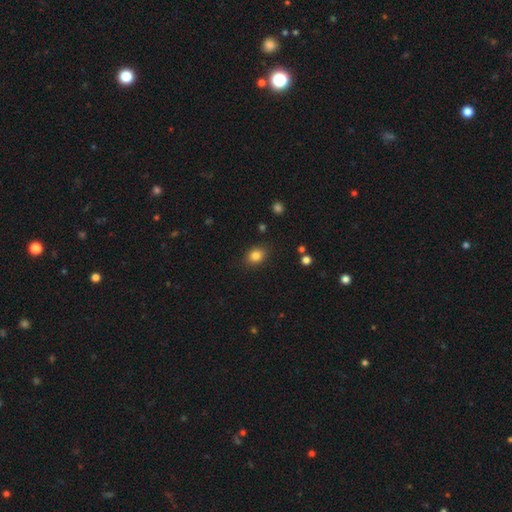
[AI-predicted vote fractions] This appears to be a smooth galaxy with no disk features (83%) that is in between round and cigar-shaped (55%). Merging: none (86%).